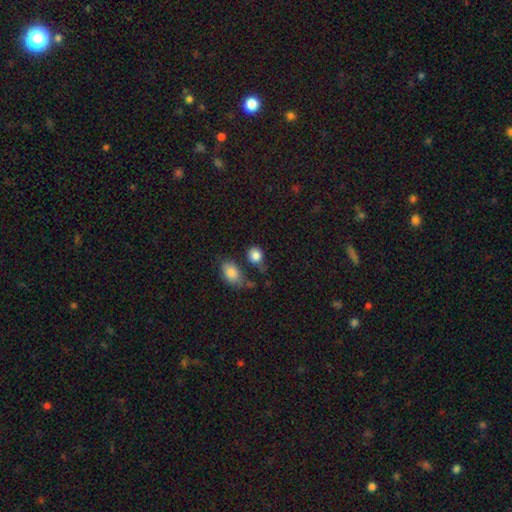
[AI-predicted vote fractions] Smooth or featured? Predicted: smooth (p=0.84). How rounded? Predicted: round (p=0.57). Merging? Predicted: none (p=0.52).